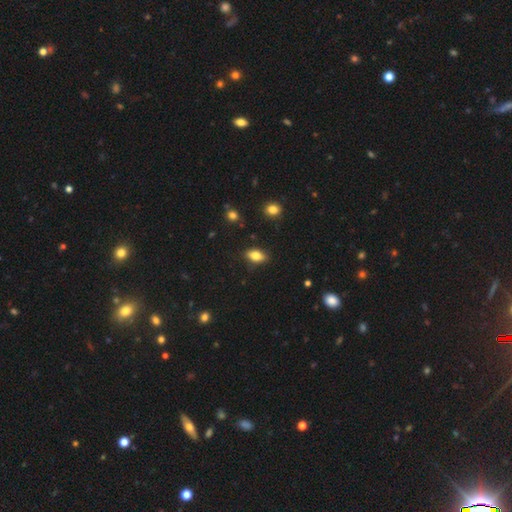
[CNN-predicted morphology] A smooth galaxy with no disk features (80%) that is in between round and cigar-shaped (87%).

Vote fractions:
- Smooth or featured? smooth: 80% / featured or disk: 12% / star or artifact: 8%
- How rounded? in between: 87% / round: 7% / cigar-shaped: 6%
- Merging? none: 84% / minor disturbance: 12% / major disturbance: 2% / merger: 2%